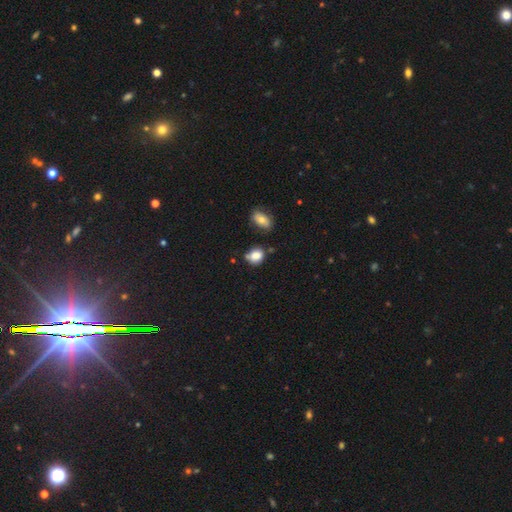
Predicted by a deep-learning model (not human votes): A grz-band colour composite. It shows a smooth galaxy with no disk features (82%) that is in between round and cigar-shaped (51%). Merging: none (54%).